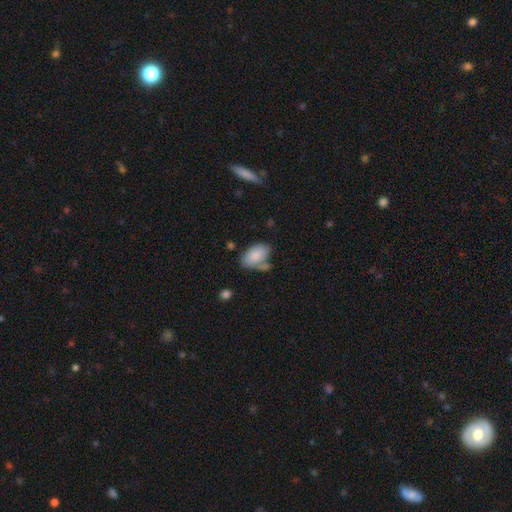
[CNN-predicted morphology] type=smooth (81%); roundness=in between (92%); merging=none (48%).